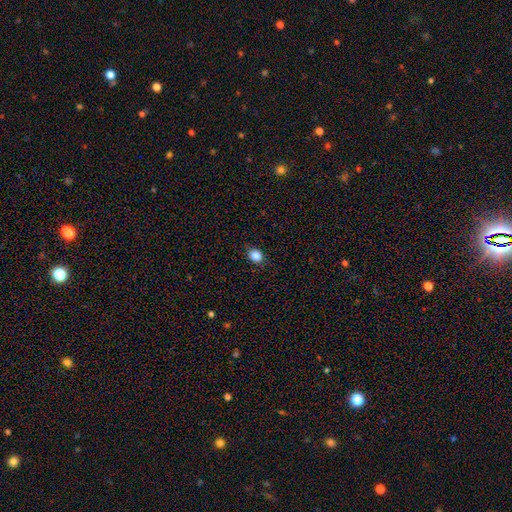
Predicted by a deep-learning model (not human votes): Overall: smooth (86%). How rounded: round (53%; in between 46%). Merging: none (86%).